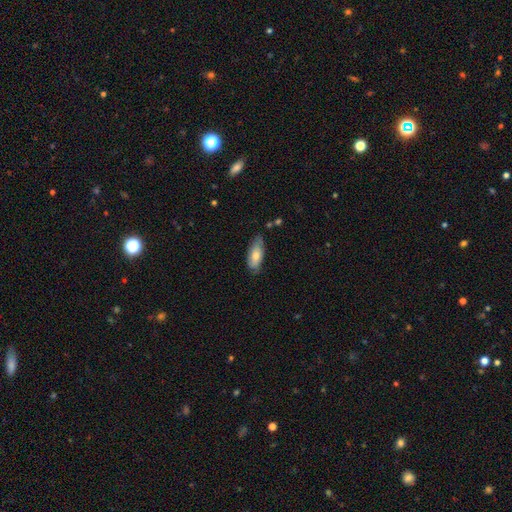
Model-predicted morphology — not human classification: smooth_or_featured: smooth (p=0.70) [alt: featured or disk p=0.24]
how_rounded: in between (p=0.80) [alt: cigar-shaped p=0.18]
merging: none (p=0.70) [alt: minor disturbance p=0.24]